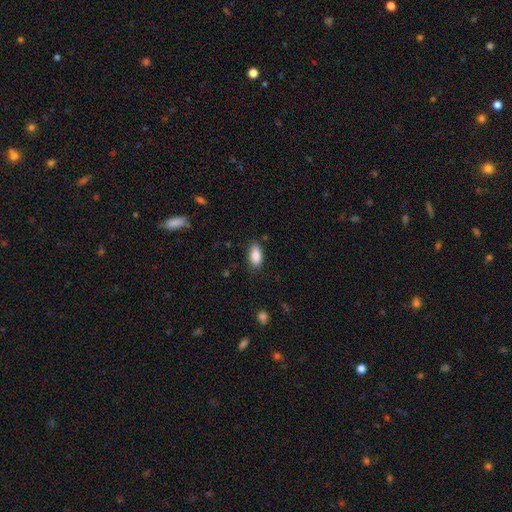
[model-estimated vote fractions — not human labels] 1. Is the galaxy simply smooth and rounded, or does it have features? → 87% smooth, 7% star or artifact, 6% featured or disk.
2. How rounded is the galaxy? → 90% in between, 8% cigar-shaped, 3% round.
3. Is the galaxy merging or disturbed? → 82% none, 13% minor disturbance, 3% major disturbance, 1% merger.